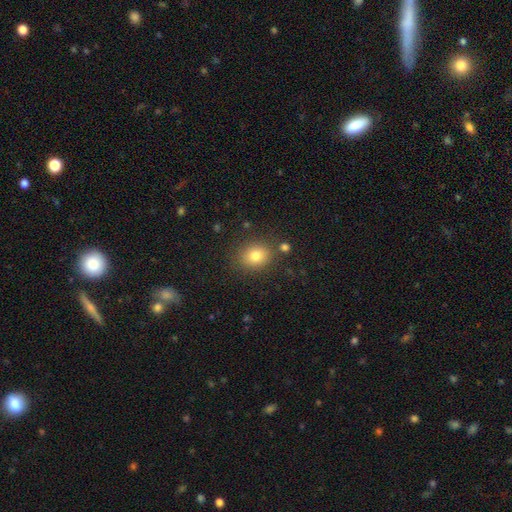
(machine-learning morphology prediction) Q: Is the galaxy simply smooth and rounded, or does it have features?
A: smooth — 79%.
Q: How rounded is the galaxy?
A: round — 50%.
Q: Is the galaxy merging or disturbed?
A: none — 81%.